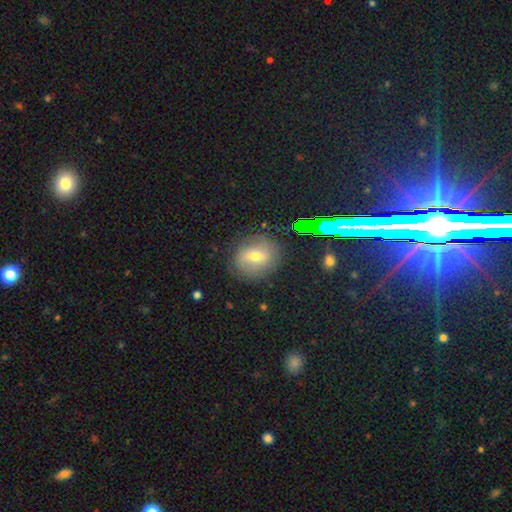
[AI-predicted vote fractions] Smooth or featured? smooth (46%)
Merging? none (82%)